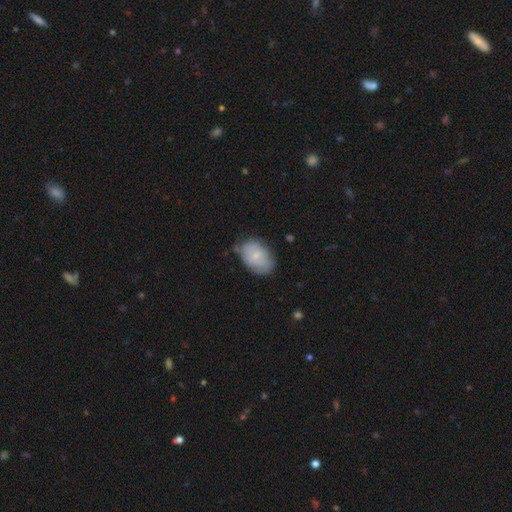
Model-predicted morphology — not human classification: Overall: smooth (63%; featured or disk 30%). How rounded: in between (84%). Merging: none (63%; minor disturbance 28%).